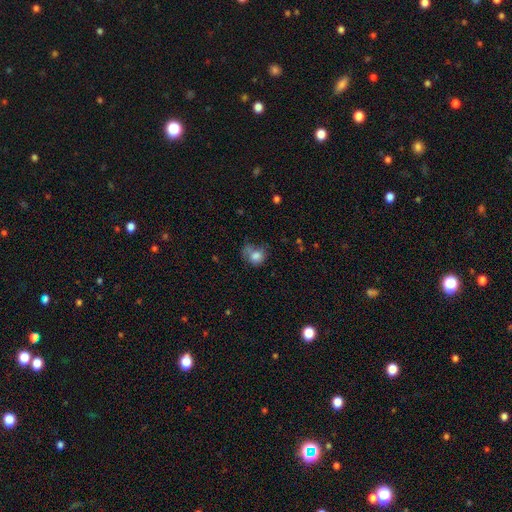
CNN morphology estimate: Overall: smooth (78%). How rounded: round (65%; in between 34%). Merging: none (39%; minor disturbance 28%).